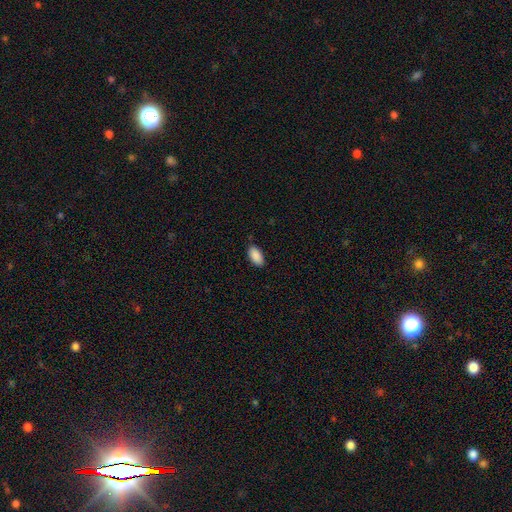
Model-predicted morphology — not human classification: Smooth or featured: smooth — 90% (star or artifact — 7%)
How rounded: in between — 95% (cigar-shaped — 3%)
Merging: none — 86% (minor disturbance — 11%)